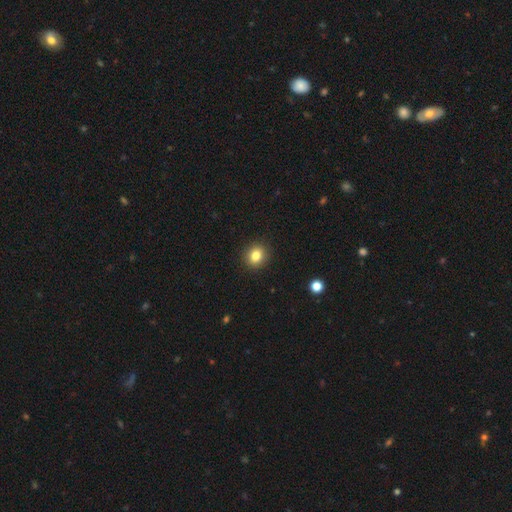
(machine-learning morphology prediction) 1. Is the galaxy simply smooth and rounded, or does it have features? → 82% smooth, 11% star or artifact, 7% featured or disk.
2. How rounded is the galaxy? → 80% round, 19% in between, 1% cigar-shaped.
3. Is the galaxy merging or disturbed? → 91% none, 6% minor disturbance, 2% major disturbance, 1% merger.